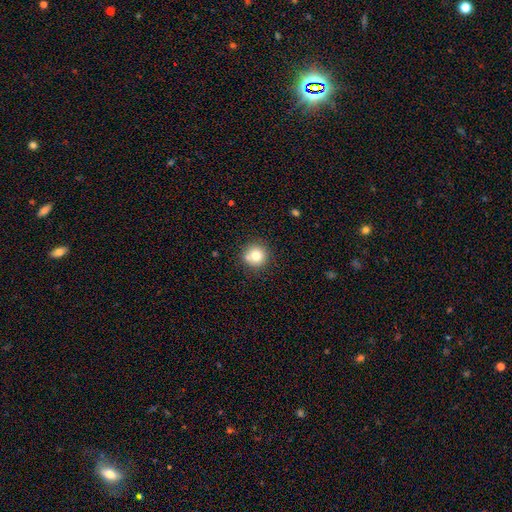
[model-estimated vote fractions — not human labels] Smooth or featured? Predicted: smooth (p=0.76). How rounded? Predicted: round (p=0.94). Merging? Predicted: none (p=0.76).